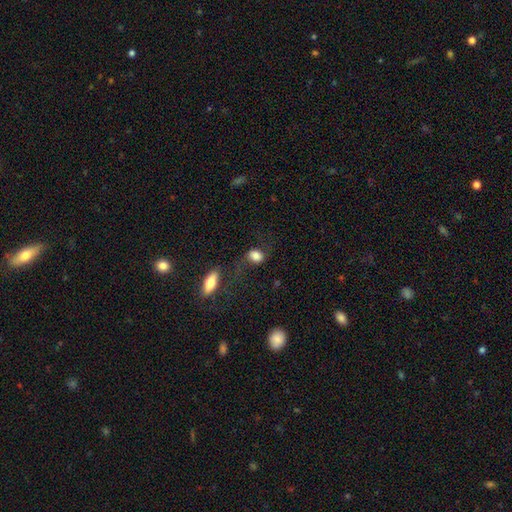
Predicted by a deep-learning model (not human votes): Smooth or featured? smooth (74%)
How rounded? in between (64%)
Merging? none (54%)